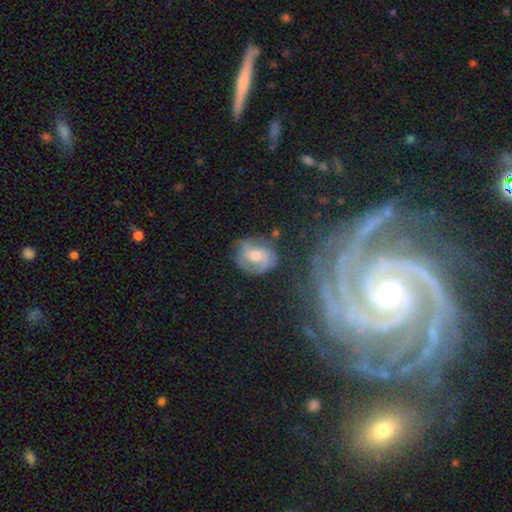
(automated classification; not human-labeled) smooth_or_featured: featured or disk (p=0.61) [alt: smooth p=0.31]
disk_edge_on: no (p=0.97) [alt: yes p=0.03]
bar: no (p=0.55) [alt: weak p=0.36]
has_spiral_arms: yes (p=0.81) [alt: no p=0.19]
bulge_size: moderate (p=0.59) [alt: small p=0.33]
merging: none (p=0.58) [alt: minor disturbance p=0.25]